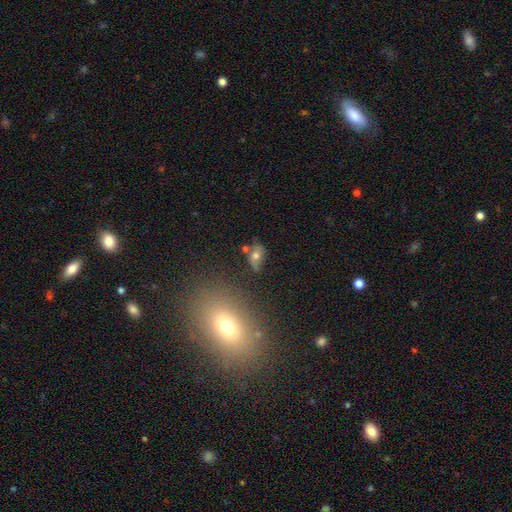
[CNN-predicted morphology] This appears to be a smooth galaxy with no disk features (59%) that is in between round and cigar-shaped (77%). Merging: none (51%).